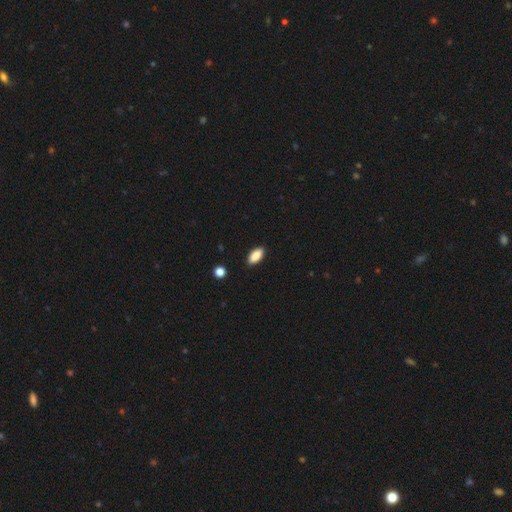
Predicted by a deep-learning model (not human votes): Q: Smooth or featured?
A: smooth (88%); runner-up: star or artifact (7%)
Q: How rounded?
A: in between (90%); runner-up: cigar-shaped (8%)
Q: Merging?
A: none (89%); runner-up: minor disturbance (8%)